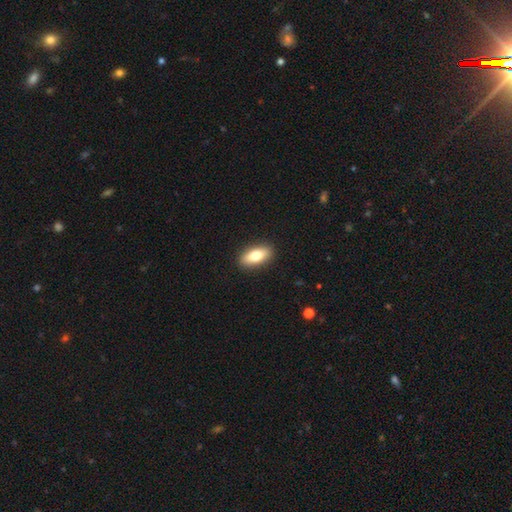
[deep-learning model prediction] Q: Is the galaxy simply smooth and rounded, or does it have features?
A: smooth — 77%.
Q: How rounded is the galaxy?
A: in between — 85%.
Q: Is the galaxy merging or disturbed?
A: none — 91%.